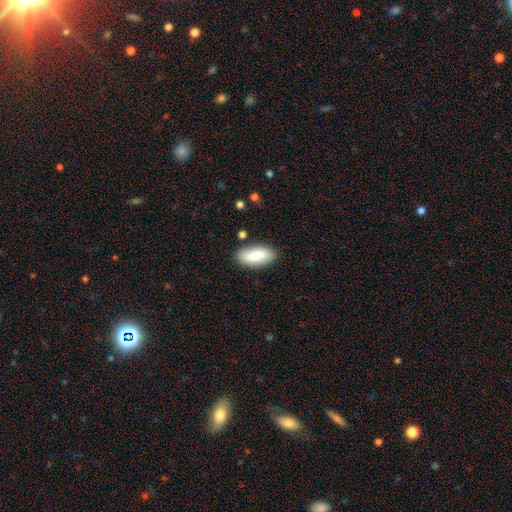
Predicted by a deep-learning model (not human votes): Q: Smooth or featured?
A: smooth (84%); runner-up: featured or disk (10%)
Q: How rounded?
A: in between (88%); runner-up: cigar-shaped (10%)
Q: Merging?
A: none (84%); runner-up: minor disturbance (11%)